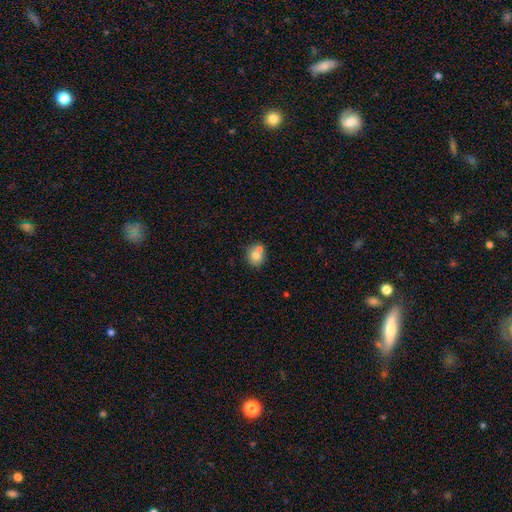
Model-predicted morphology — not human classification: Smooth or featured? Predicted: smooth (p=0.74). How rounded? Predicted: round (p=0.75). Merging? Predicted: none (p=0.51).